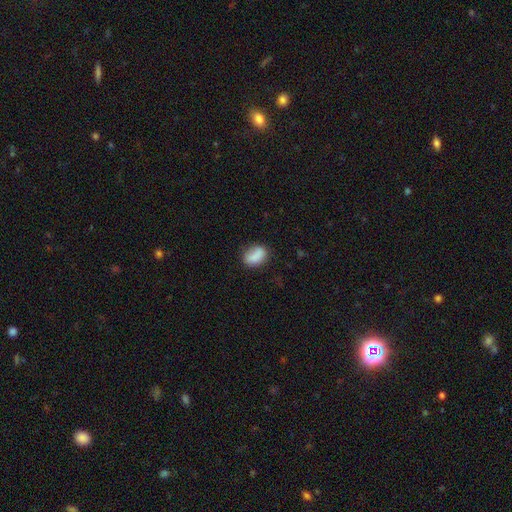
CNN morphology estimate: This appears to be a smooth galaxy with no disk features (84%) that is in between round and cigar-shaped (79%). Merging: none (71%).